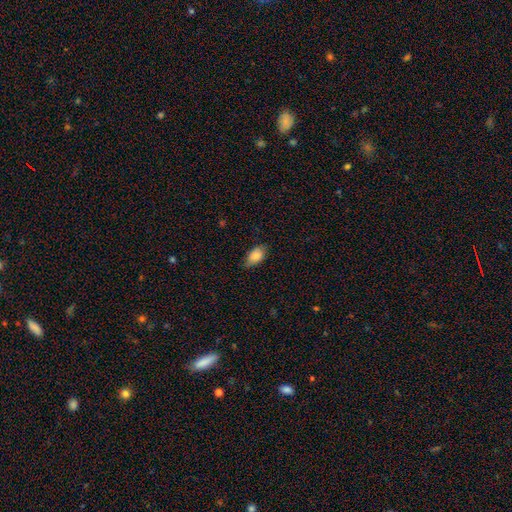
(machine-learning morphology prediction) smooth-or-featured: smooth: 85% | featured or disk: 8% | star or artifact: 7%
  how-rounded: in between: 91% | round: 5% | cigar-shaped: 4%
  merging: none: 75% | minor disturbance: 21% | major disturbance: 3% | merger: 1%